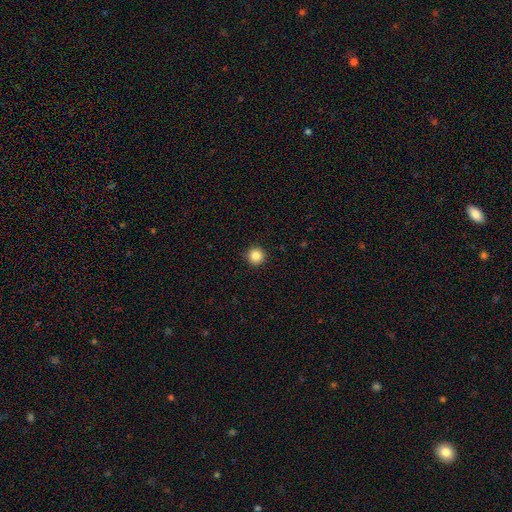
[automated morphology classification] The model was most divided on "smooth or featured": smooth: 86%, star or artifact: 11%, featured or disk: 4%. More confident: how rounded — round (96%); merging — none (93%).